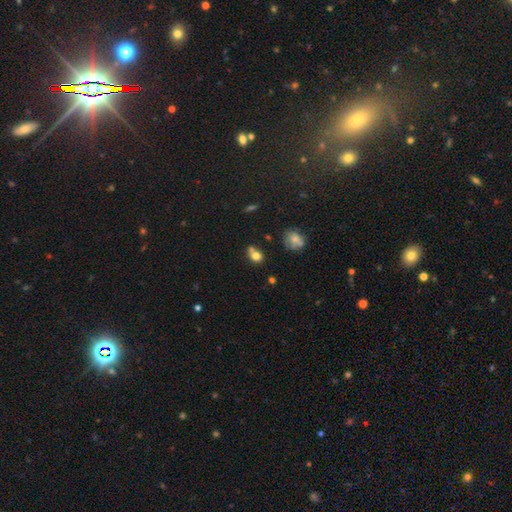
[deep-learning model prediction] A smooth galaxy with no disk features (75%) that is round (63%). Merging: none (42%).